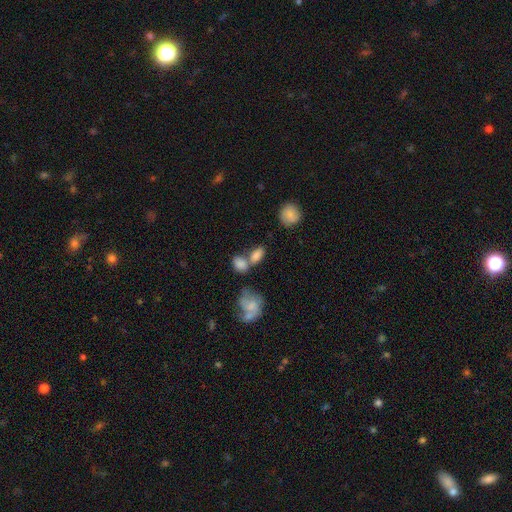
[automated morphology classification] The model was most divided on "merging": merger: 42%, none: 38%, minor disturbance: 13%, major disturbance: 7%. More confident: how rounded — in between (86%); smooth or featured — smooth (76%).